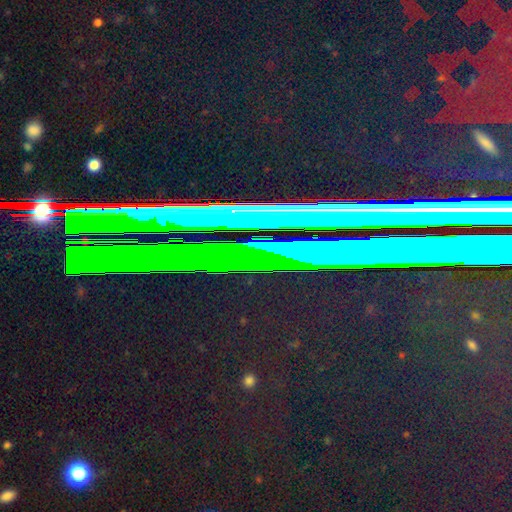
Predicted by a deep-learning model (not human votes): Morphology: type=star or artifact (81%).